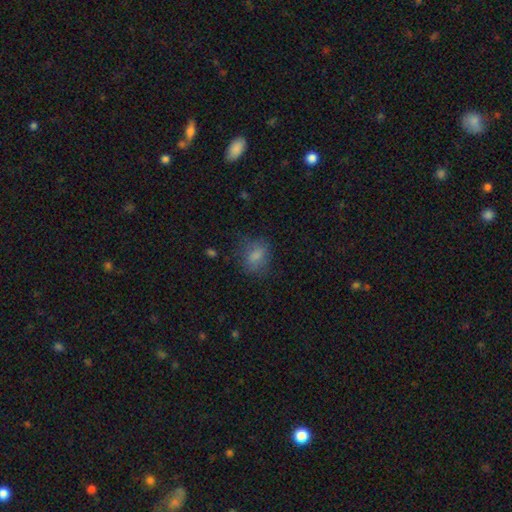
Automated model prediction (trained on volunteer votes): The model was most divided on "how rounded": in between: 60%, round: 37%, cigar-shaped: 2%. More confident: smooth or featured — smooth (75%); merging — none (62%).